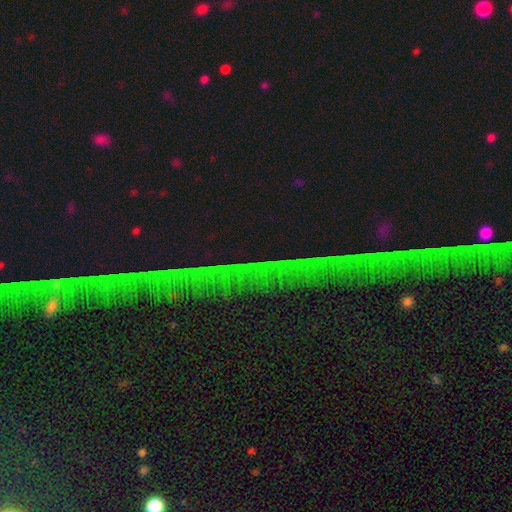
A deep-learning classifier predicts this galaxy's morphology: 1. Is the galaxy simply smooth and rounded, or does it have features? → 82% star or artifact, 10% featured or disk, 7% smooth.